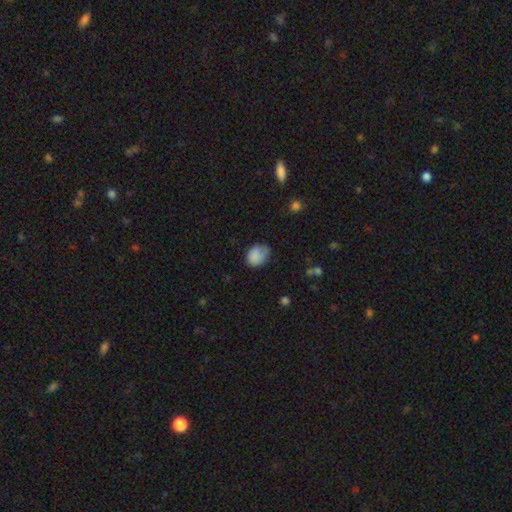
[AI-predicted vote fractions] Smooth or featured: smooth — 82% (star or artifact — 9%)
How rounded: in between — 56% (round — 43%)
Merging: none — 56% (minor disturbance — 32%)